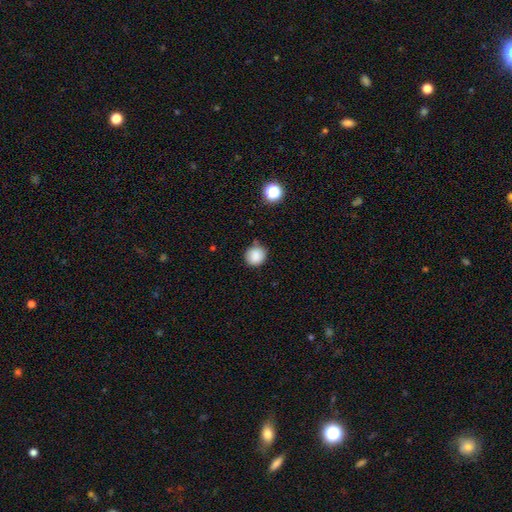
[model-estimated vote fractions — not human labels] Smooth or featured? Predicted: smooth (p=0.86). How rounded? Predicted: round (p=0.88). Merging? Predicted: none (p=0.80).